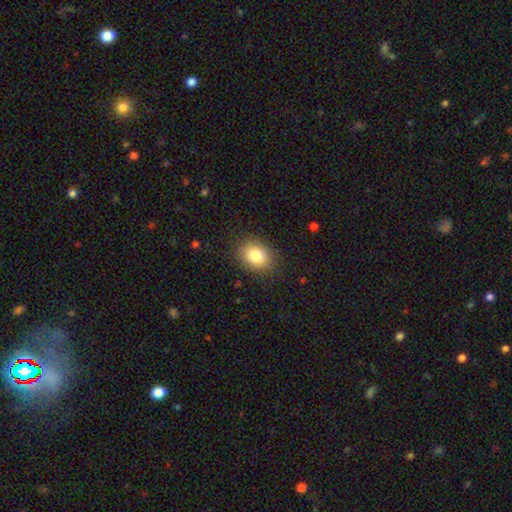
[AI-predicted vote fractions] Smooth or featured: smooth — 83% (star or artifact — 9%)
How rounded: in between — 61% (round — 38%)
Merging: none — 85% (minor disturbance — 11%)